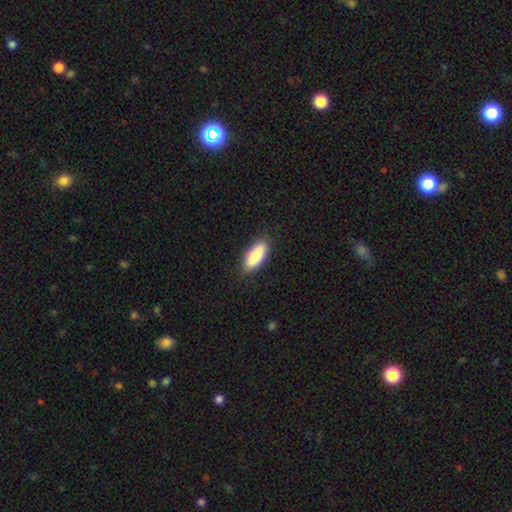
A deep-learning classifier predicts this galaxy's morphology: A smooth galaxy with no disk features (86%) that is in between round and cigar-shaped (71%).

Vote fractions:
- Smooth or featured? smooth: 86% / featured or disk: 9% / star or artifact: 6%
- How rounded? in between: 71% / cigar-shaped: 27% / round: 2%
- Merging? none: 88% / minor disturbance: 9% / major disturbance: 2% / merger: 1%